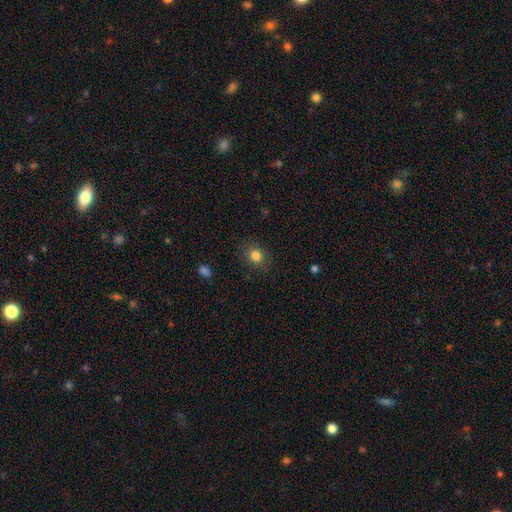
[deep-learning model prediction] This appears to be a smooth galaxy with no disk features (82%) that is round (66%). Merging: none (85%).